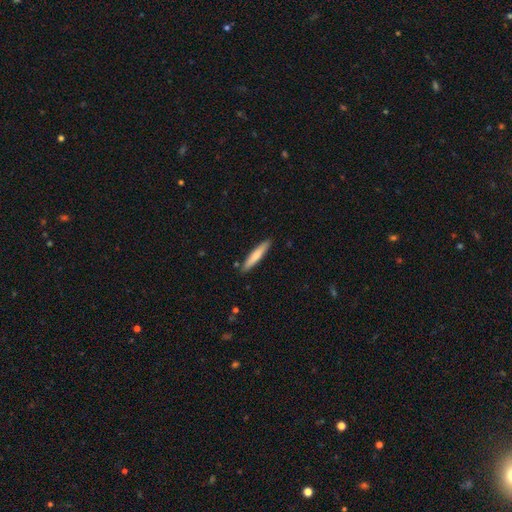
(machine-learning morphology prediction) Smooth or featured?
  - smooth: 69% *
  - featured or disk: 26%
  - star or artifact: 5%
How rounded?
  - cigar-shaped: 91% *
  - in between: 8%
  - round: 1%
Merging?
  - none: 88% *
  - minor disturbance: 9%
  - merger: 2%
  - major disturbance: 1%